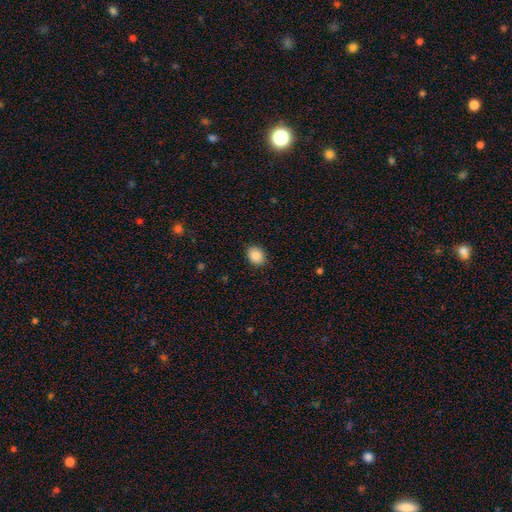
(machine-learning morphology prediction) Smooth or featured? smooth (88%)
How rounded? round (55%)
Merging? none (88%)